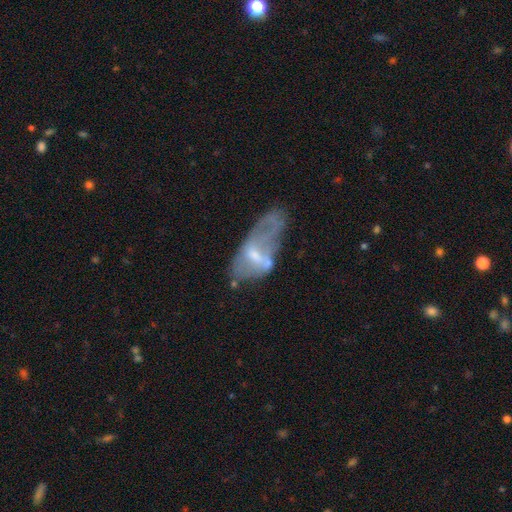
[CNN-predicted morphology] type=featured or disk (53%); edge-on=no (91%); merging=major disturbance (36%).